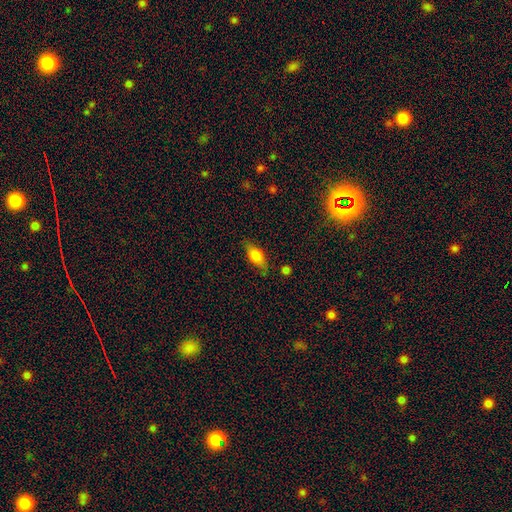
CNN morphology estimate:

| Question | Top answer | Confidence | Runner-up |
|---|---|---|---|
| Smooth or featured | smooth | 72% | featured or disk (20%) |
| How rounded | in between | 79% | cigar-shaped (16%) |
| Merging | none | 74% | minor disturbance (19%) |